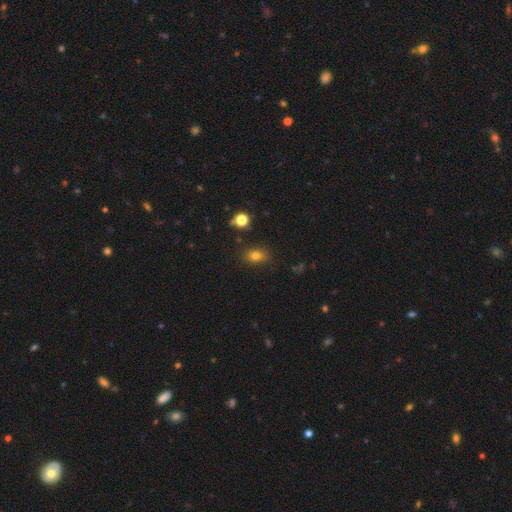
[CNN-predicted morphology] Overall: smooth (78%). How rounded: in between (72%). Merging: none (83%).